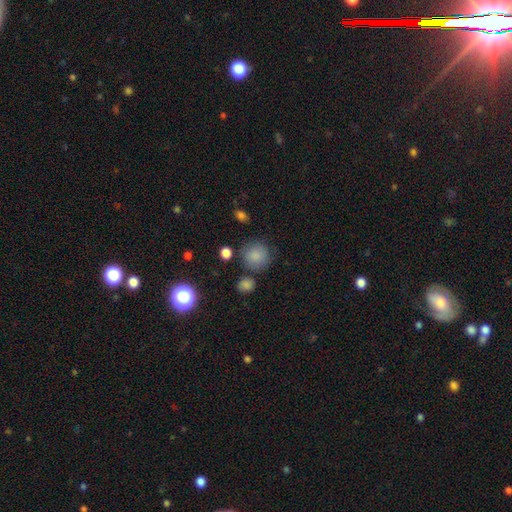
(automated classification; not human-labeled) Smooth or featured: smooth — 84% (star or artifact — 10%)
How rounded: round — 91% (in between — 8%)
Merging: none — 78% (minor disturbance — 13%)